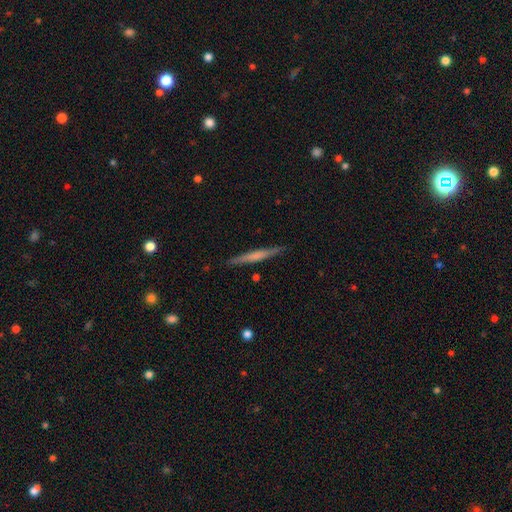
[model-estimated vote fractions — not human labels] featured or disk 49%, smooth 45%, star or artifact 6%. Down the decision tree: merging — none (88%).